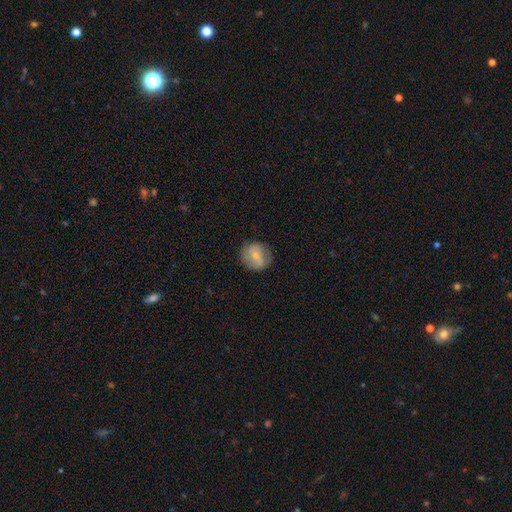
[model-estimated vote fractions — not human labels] smooth-or-featured: smooth: 66% | featured or disk: 26% | star or artifact: 8%
  how-rounded: round: 86% | in between: 13% | cigar-shaped: 1%
  merging: none: 79% | minor disturbance: 15% | major disturbance: 4% | merger: 1%